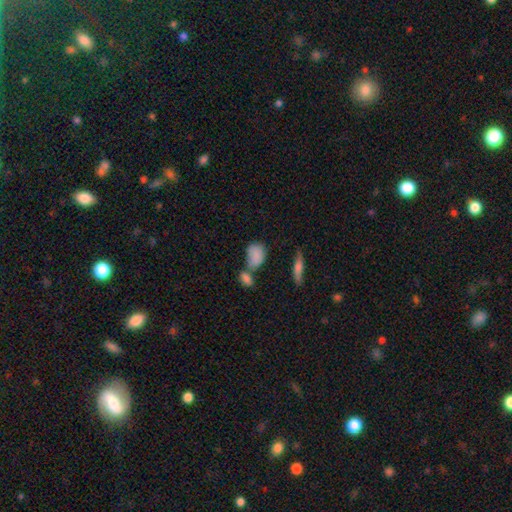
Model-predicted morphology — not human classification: smooth 80%, featured or disk 11%, star or artifact 9%. Down the decision tree: how rounded — in between (76%); merging — none (38%).